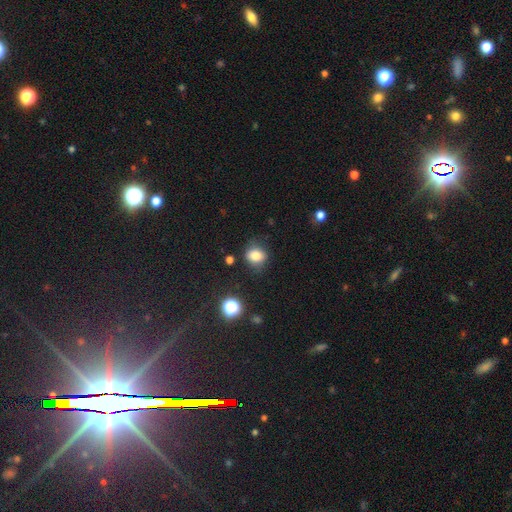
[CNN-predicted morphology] Smooth or featured?
  - smooth: 81% *
  - star or artifact: 12%
  - featured or disk: 7%
How rounded?
  - round: 61% *
  - in between: 38%
  - cigar-shaped: 1%
Merging?
  - none: 75% *
  - minor disturbance: 17%
  - major disturbance: 5%
  - merger: 3%